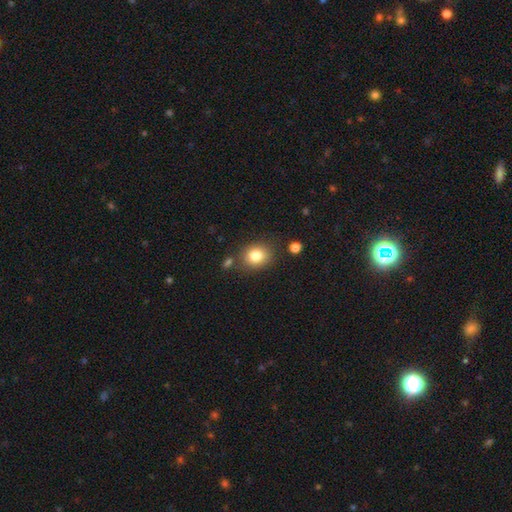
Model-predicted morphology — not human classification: This is clearly a smooth galaxy (82%). How rounded: likely round (63%). Merging: likely none (78%).